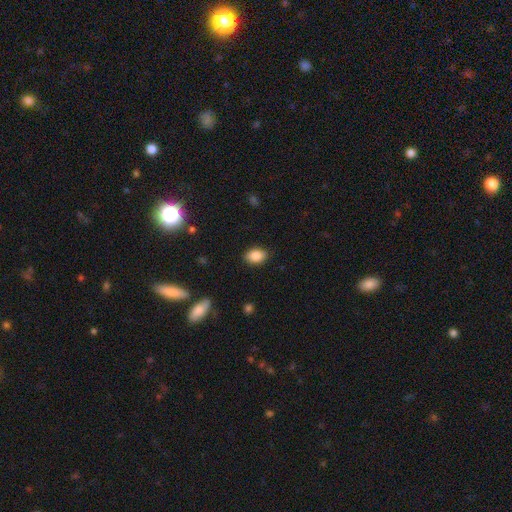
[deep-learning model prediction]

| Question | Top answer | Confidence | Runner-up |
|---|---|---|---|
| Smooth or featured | smooth | 87% | star or artifact (8%) |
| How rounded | in between | 82% | round (16%) |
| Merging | none | 88% | minor disturbance (9%) |